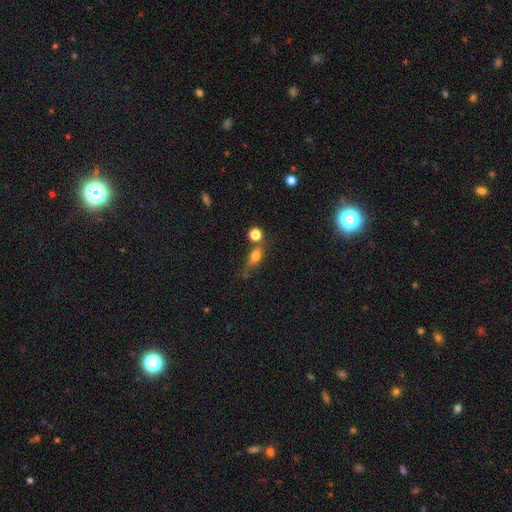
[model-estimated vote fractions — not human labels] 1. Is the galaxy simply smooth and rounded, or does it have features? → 72% smooth, 15% featured or disk, 13% star or artifact.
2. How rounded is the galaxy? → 64% in between, 22% round, 14% cigar-shaped.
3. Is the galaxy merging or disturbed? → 52% none, 20% minor disturbance, 18% merger, 10% major disturbance.